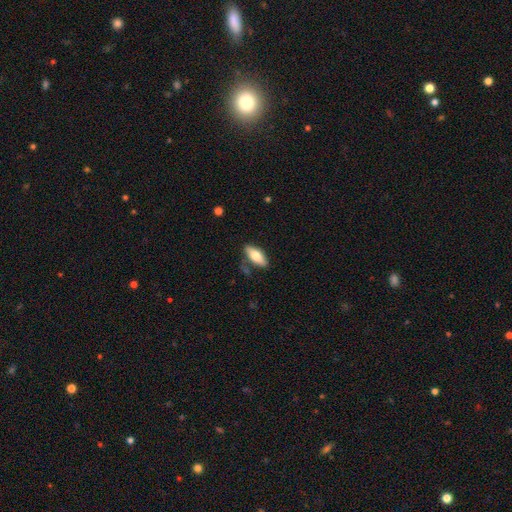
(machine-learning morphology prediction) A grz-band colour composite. It shows a smooth galaxy with no disk features (71%) that is in between round and cigar-shaped (75%). Merging: none (76%).